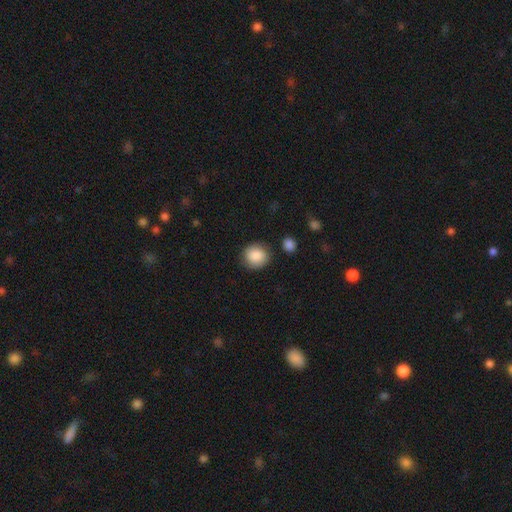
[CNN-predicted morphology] A smooth galaxy with no disk features (88%) that is round (81%). Merging: none (83%).